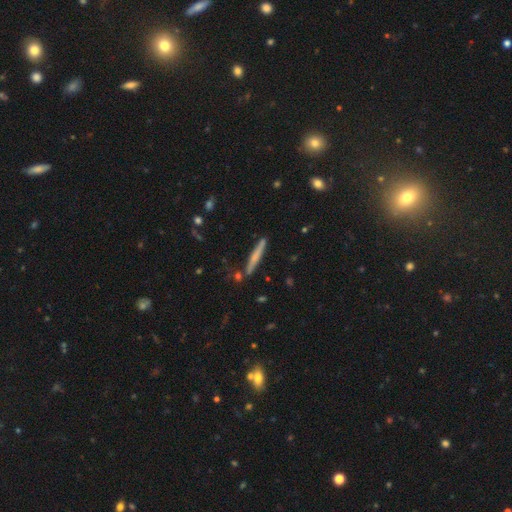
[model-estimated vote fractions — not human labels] A smooth galaxy with no disk features (53%) that is cigar-shaped (96%).

Vote fractions:
- Smooth or featured? smooth: 53% / featured or disk: 41% / star or artifact: 7%
- How rounded? cigar-shaped: 96% / in between: 3% / round: 1%
- Merging? none: 85% / minor disturbance: 9% / merger: 4% / major disturbance: 2%